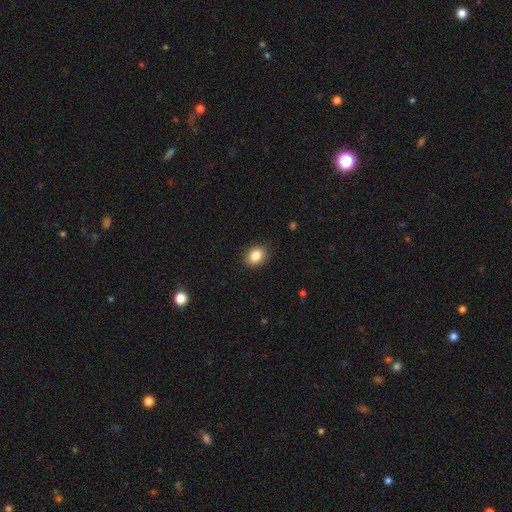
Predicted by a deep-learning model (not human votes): This appears to be a smooth galaxy with no disk features (86%) that is in between round and cigar-shaped (55%). Merging: none (89%).